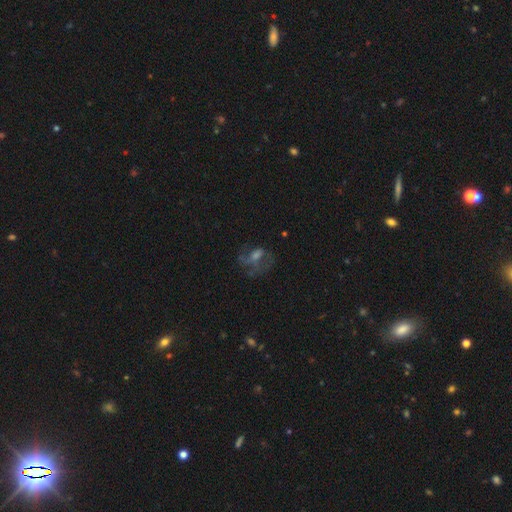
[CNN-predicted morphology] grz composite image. It shows a featured or disk galaxy (50%). Merging: none (47%).